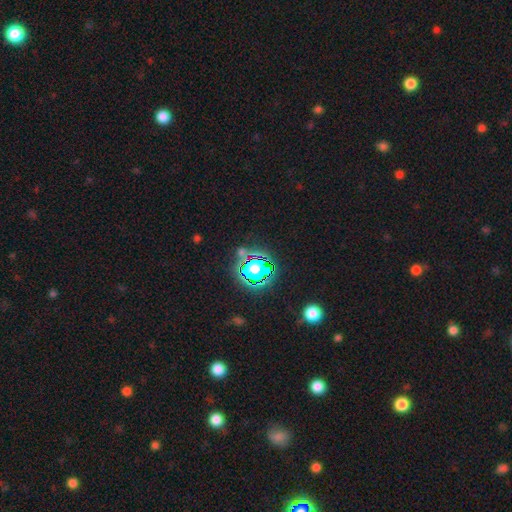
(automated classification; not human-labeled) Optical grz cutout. It shows a star or artifact, not a galaxy (79%).